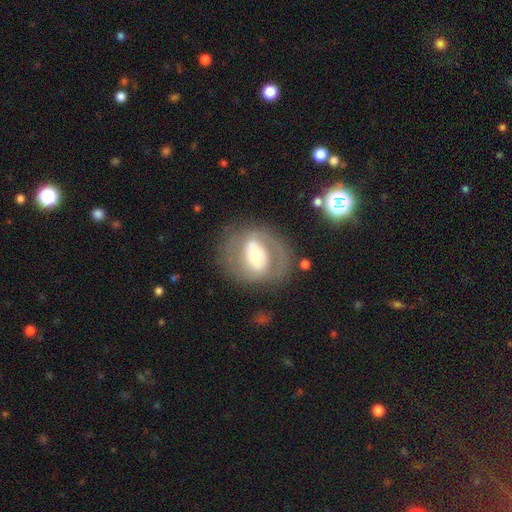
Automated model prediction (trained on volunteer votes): Morphology: type=featured or disk (63%); edge-on=no (94%); bar=no (36%); spiral arms=no (56%); bulge=moderate (62%); merging=none (70%).